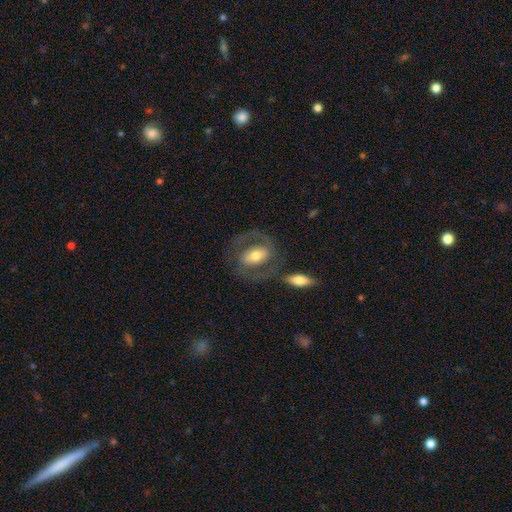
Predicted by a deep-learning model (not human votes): A featured or disk galaxy (70%) with a weak bar (37%), 2 (85%) medium (54%) spiral arms (82%) and a moderate central bulge (65%). Merging: none (65%).